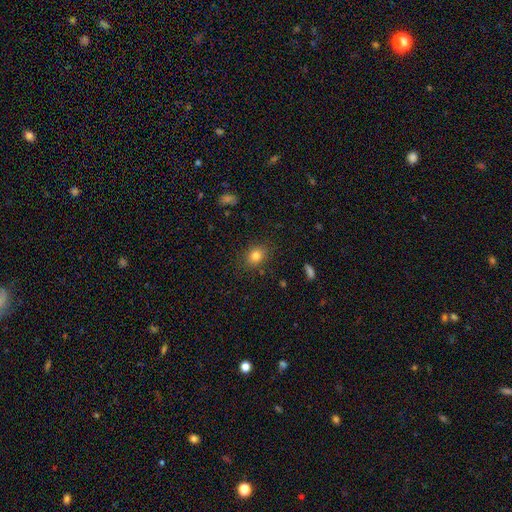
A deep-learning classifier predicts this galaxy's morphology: This is clearly a smooth galaxy (81%). How rounded: possibly in between (50%). Merging: clearly none (85%).